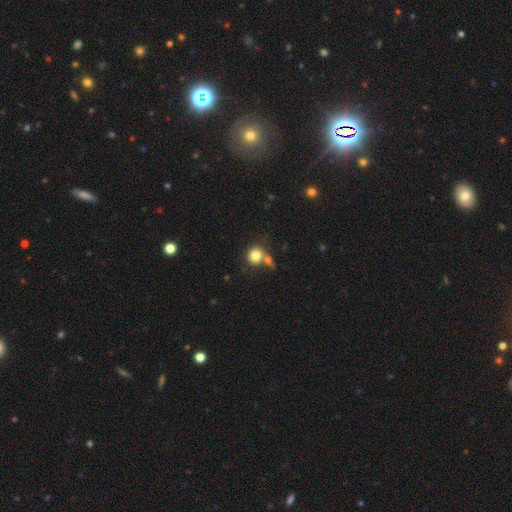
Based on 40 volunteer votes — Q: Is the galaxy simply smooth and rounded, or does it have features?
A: smooth — 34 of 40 (85%).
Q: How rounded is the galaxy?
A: round — 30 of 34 (88%).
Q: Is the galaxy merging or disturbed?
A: none — 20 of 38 (53%).